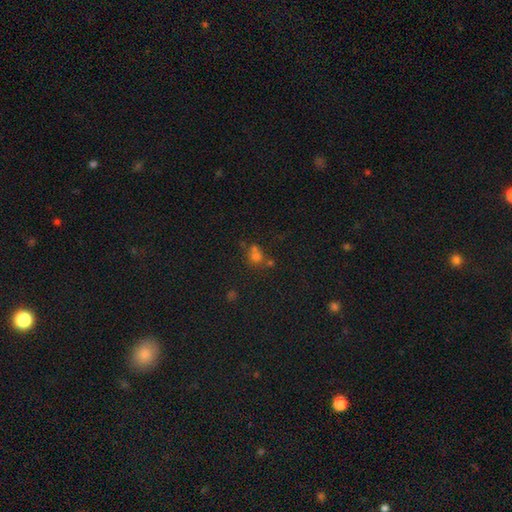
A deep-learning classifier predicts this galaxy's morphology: This is possibly a smooth galaxy (58%). How rounded: likely round (79%). Merging: marginally none (44%).